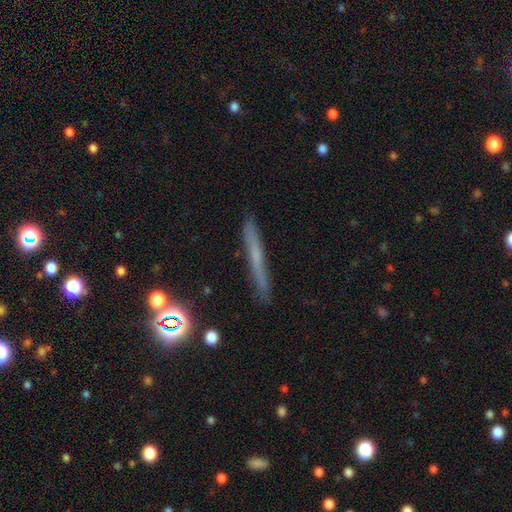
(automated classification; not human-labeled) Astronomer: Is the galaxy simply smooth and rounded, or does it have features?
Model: smooth — 45% (runner-up: featured or disk, 41%).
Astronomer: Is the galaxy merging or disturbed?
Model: none — 85%.